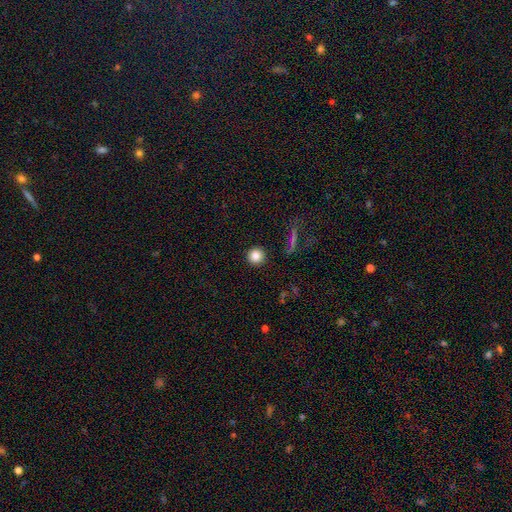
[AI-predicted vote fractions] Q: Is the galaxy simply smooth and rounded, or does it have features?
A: smooth — 83%.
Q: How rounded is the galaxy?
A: round — 95%.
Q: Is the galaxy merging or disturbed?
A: none — 91%.